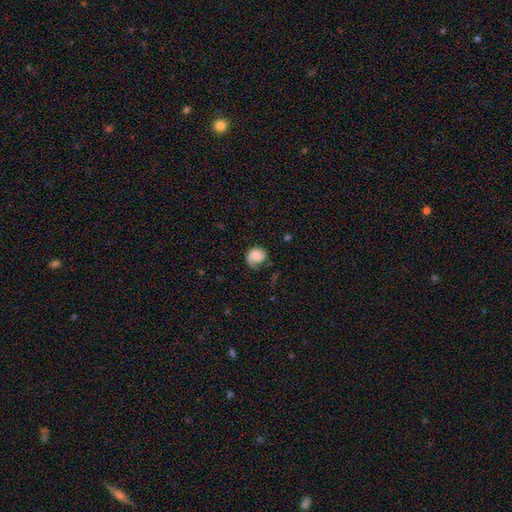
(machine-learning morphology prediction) A featured or disk galaxy (46%, tied with smooth). Merging: none (50%).